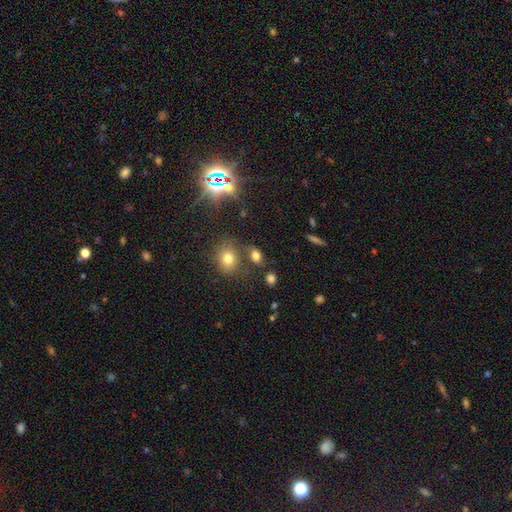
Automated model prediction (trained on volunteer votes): Q: Smooth or featured?
A: smooth (71%); runner-up: star or artifact (18%)
Q: How rounded?
A: in between (76%); runner-up: round (20%)
Q: Merging?
A: none (61%); runner-up: merger (17%)